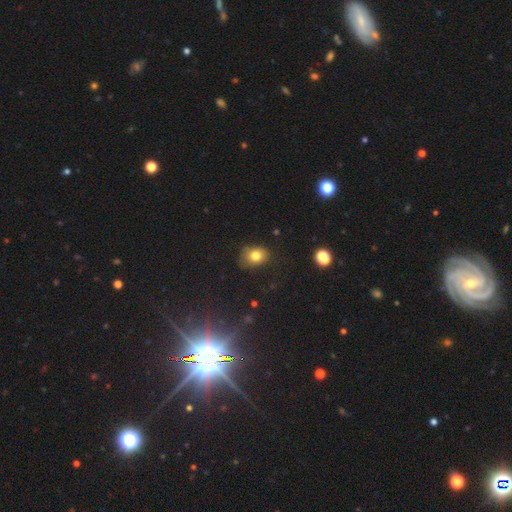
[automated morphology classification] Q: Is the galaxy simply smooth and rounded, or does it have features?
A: smooth — 78%.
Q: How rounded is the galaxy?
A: in between — 57%.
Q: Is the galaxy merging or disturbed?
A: none — 68%.